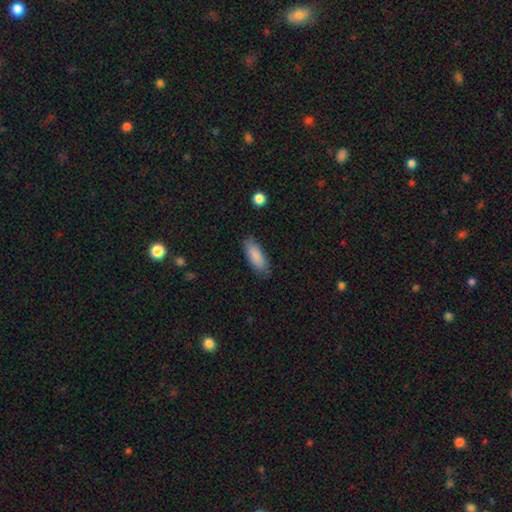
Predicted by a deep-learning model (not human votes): smooth_or_featured: smooth (p=0.87) [alt: featured or disk p=0.07]
how_rounded: in between (p=0.74) [alt: cigar-shaped p=0.24]
merging: none (p=0.81) [alt: minor disturbance p=0.15]